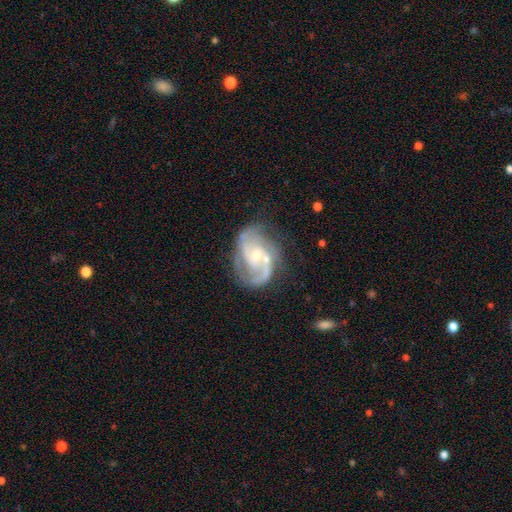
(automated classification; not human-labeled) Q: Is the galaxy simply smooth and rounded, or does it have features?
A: featured or disk — 87%.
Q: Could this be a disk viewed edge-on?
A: no — 98%.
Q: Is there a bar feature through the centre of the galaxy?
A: no — 52%.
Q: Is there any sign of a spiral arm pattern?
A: yes — 96%.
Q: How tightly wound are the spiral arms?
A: medium — 52%.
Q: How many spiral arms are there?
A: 2 — 71%.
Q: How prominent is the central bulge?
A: small — 61%.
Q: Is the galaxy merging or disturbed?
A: none — 58%.